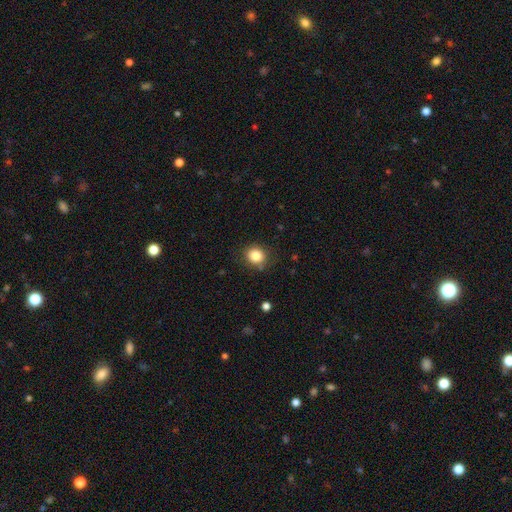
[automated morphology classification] smooth-or-featured: smooth: 84% | star or artifact: 11% | featured or disk: 5%
  how-rounded: round: 81% | in between: 18% | cigar-shaped: 1%
  merging: none: 82% | minor disturbance: 13% | major disturbance: 3% | merger: 2%